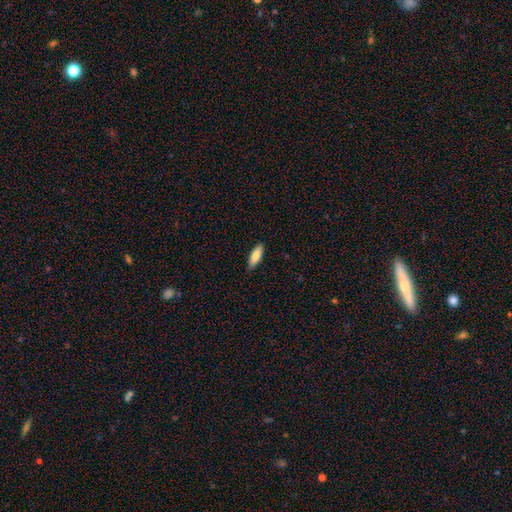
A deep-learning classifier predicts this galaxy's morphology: A smooth galaxy with no disk features (82%) that is in between round and cigar-shaped (54%).

Vote fractions:
- Smooth or featured? smooth: 82% / featured or disk: 12% / star or artifact: 6%
- How rounded? in between: 54% / cigar-shaped: 44% / round: 2%
- Merging? none: 87% / minor disturbance: 11% / major disturbance: 2% / merger: 1%